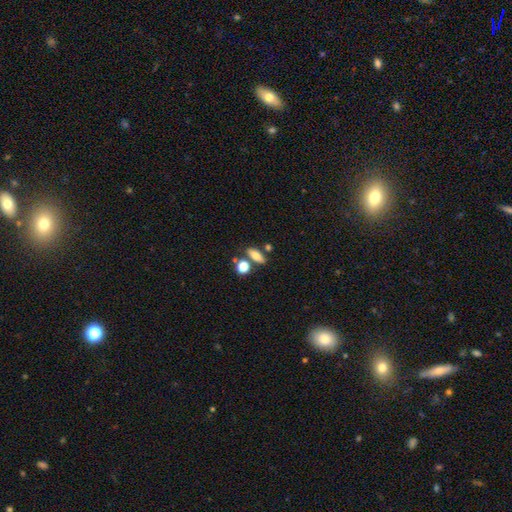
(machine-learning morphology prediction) The model was most divided on "how rounded": in between: 68%, cigar-shaped: 20%, round: 12%. More confident: smooth or featured — smooth (75%); merging — none (69%).